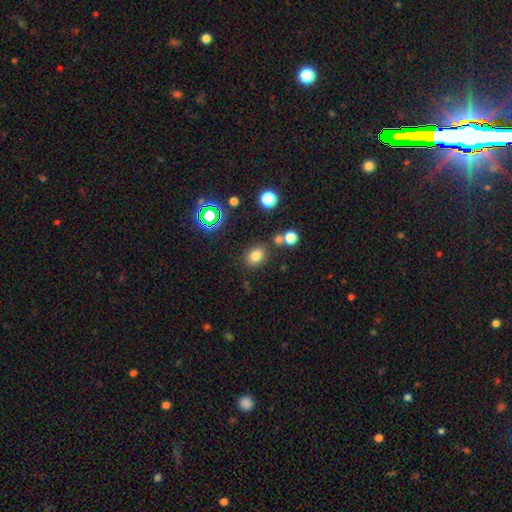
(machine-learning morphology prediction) Smooth or featured? smooth (77%)
How rounded? round (51%)
Merging? none (77%)